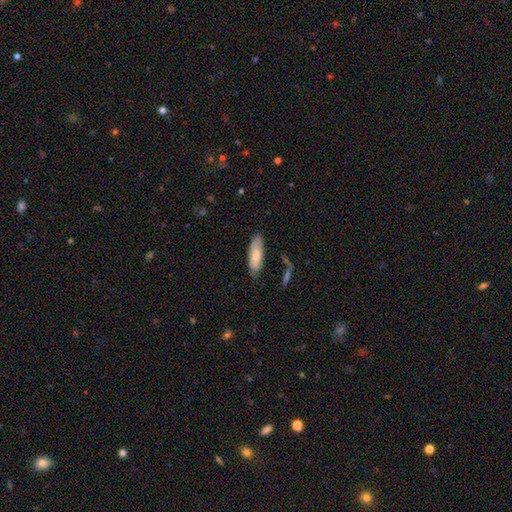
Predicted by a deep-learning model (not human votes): smooth-or-featured: smooth: 78% | featured or disk: 16% | star or artifact: 6%
  how-rounded: in between: 58% | cigar-shaped: 40% | round: 2%
  merging: none: 71% | minor disturbance: 20% | major disturbance: 5% | merger: 4%